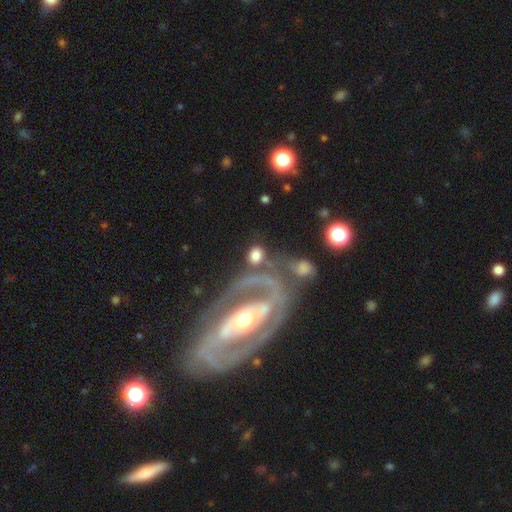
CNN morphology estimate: A smooth galaxy with no disk features (65%) that is round (61%).

Vote fractions:
- Smooth or featured? smooth: 65% / featured or disk: 27% / star or artifact: 8%
- How rounded? round: 61% / in between: 37% / cigar-shaped: 2%
- Merging? none: 53% / merger: 18% / minor disturbance: 15% / major disturbance: 14%